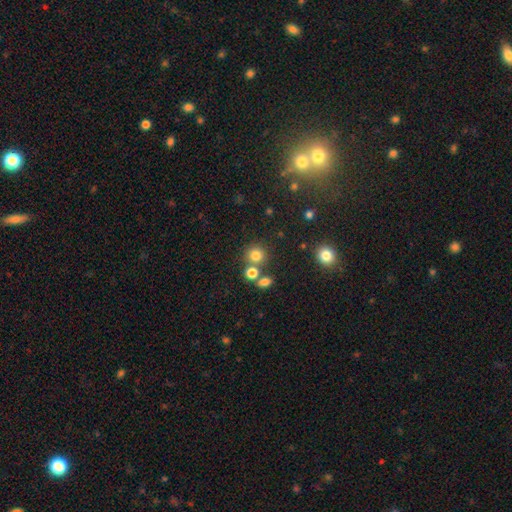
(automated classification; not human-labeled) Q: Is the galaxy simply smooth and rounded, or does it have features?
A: smooth — 78%.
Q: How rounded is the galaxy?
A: round — 88%.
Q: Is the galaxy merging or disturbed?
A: none — 70%.